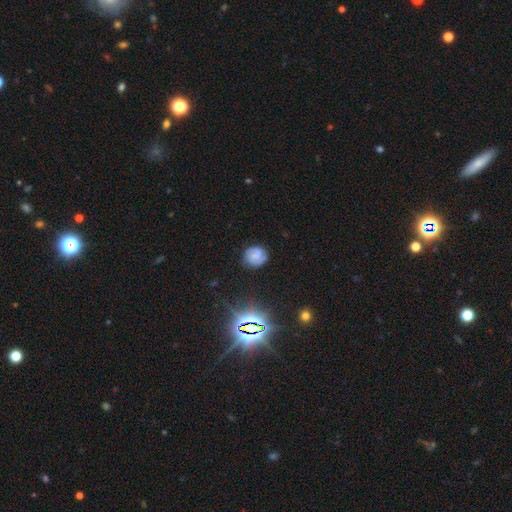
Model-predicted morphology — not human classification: This is possibly a smooth galaxy (48%). Merging: likely none (78%).